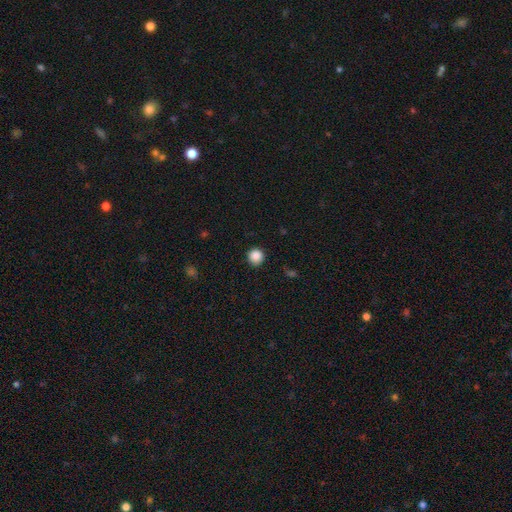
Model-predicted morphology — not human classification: A smooth galaxy with no disk features (87%) that is round (94%).

Vote fractions:
- Smooth or featured? smooth: 87% / star or artifact: 10% / featured or disk: 3%
- How rounded? round: 94% / in between: 5% / cigar-shaped: 1%
- Merging? none: 88% / minor disturbance: 8% / major disturbance: 2% / merger: 1%